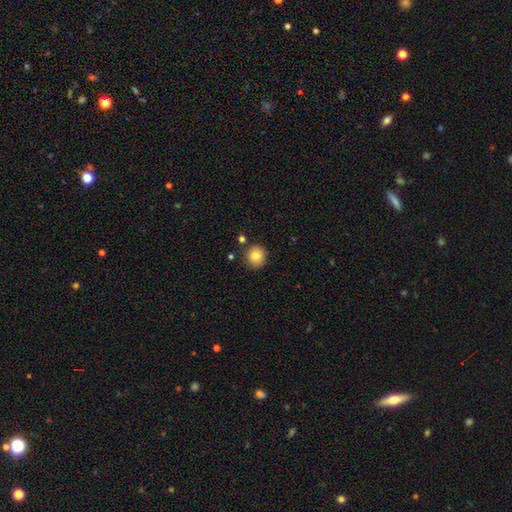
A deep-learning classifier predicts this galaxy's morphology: A smooth galaxy with no disk features (82%) that is round (91%).

Vote fractions:
- Smooth or featured? smooth: 82% / star or artifact: 10% / featured or disk: 8%
- How rounded? round: 91% / in between: 8% / cigar-shaped: 1%
- Merging? none: 86% / minor disturbance: 8% / merger: 4% / major disturbance: 2%